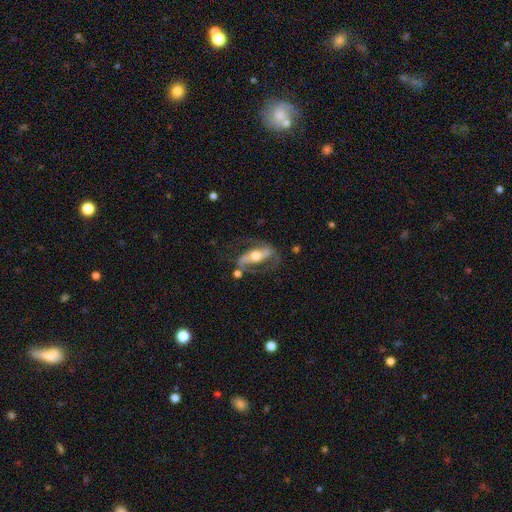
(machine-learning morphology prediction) A featured or disk galaxy (78%) with a strong bar (53%), 2 (85%) medium (44%) spiral arms (80%) and a moderate central bulge (68%). Merging: none (56%).